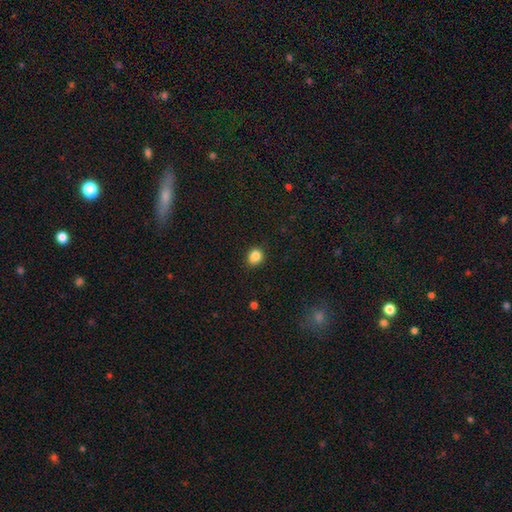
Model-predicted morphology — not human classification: Overall: smooth (85%). How rounded: round (72%). Merging: none (84%).